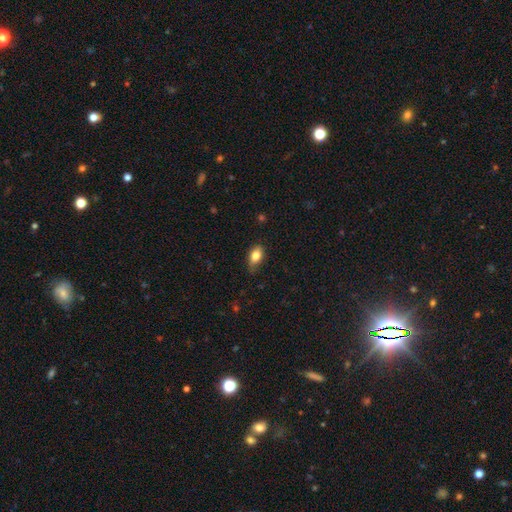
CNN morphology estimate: Smooth or featured? smooth (81%)
How rounded? in between (87%)
Merging? none (70%)